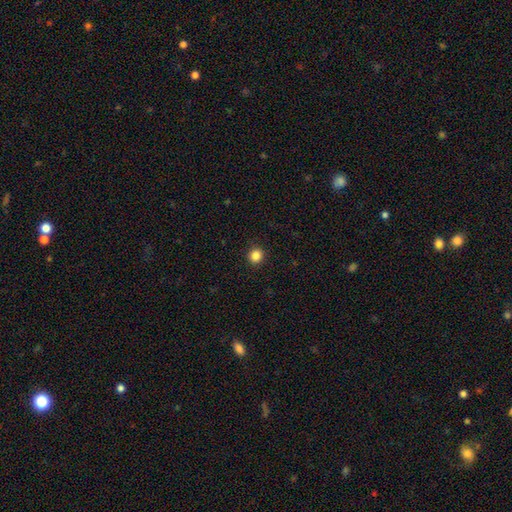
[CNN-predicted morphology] This appears to be a smooth galaxy with no disk features (85%) that is round (89%). Merging: none (92%).